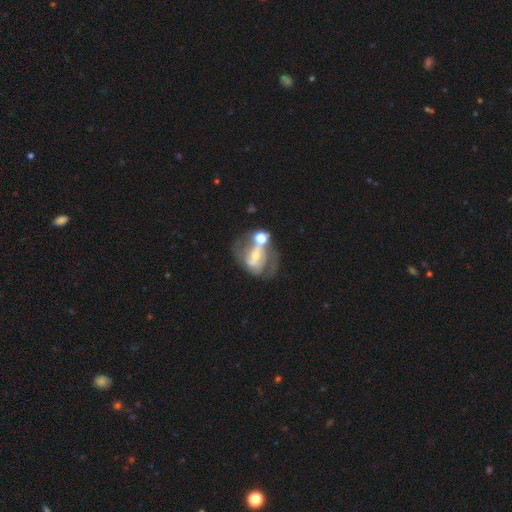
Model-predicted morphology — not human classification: Smooth or featured?
  - featured or disk: 69% *
  - smooth: 21%
  - star or artifact: 10%
Edge-on disk?
  - no: 96% *
  - yes: 4%
Bar?
  - weak: 37% *
  - no: 35%
  - strong: 28%
Spiral arms?
  - yes: 72% *
  - no: 28%
Bulge size?
  - small: 50% *
  - moderate: 41%
  - large: 4%
  - none: 4%
  - dominant: 1%
Merging?
  - none: 34% *
  - merger: 30%
  - major disturbance: 20%
  - minor disturbance: 16%